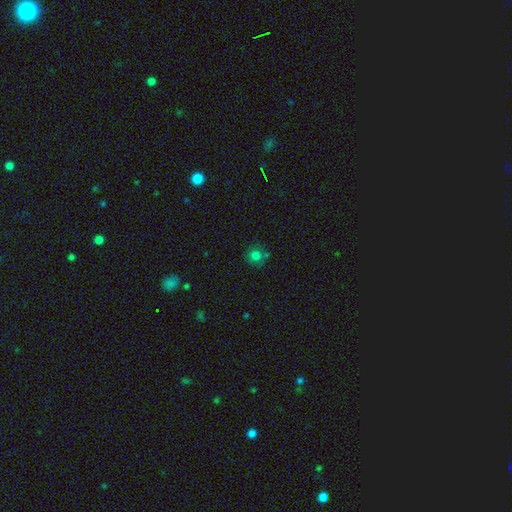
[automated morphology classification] Smooth or featured? smooth (76%)
How rounded? round (87%)
Merging? none (75%)